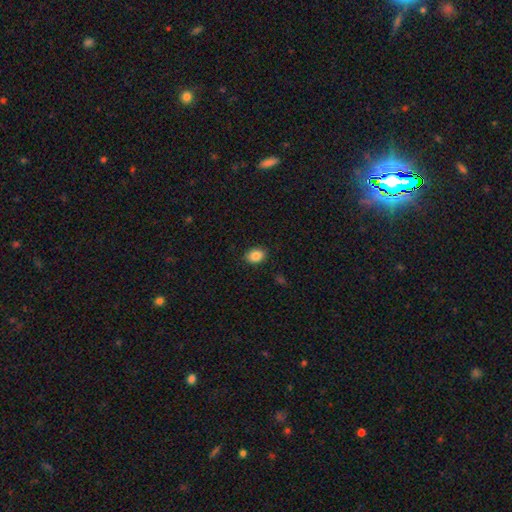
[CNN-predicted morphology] A smooth galaxy with no disk features (87%) that is in between round and cigar-shaped (72%).

Vote fractions:
- Smooth or featured? smooth: 87% / star or artifact: 9% / featured or disk: 5%
- How rounded? in between: 72% / round: 27% / cigar-shaped: 1%
- Merging? none: 89% / minor disturbance: 8% / major disturbance: 2% / merger: 1%